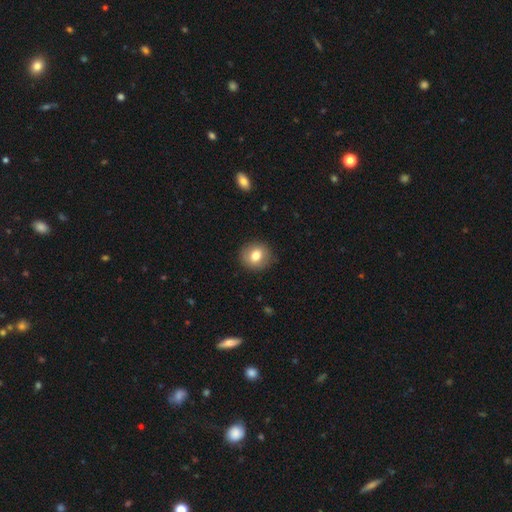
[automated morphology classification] Smooth or featured?
  - smooth: 78% *
  - featured or disk: 14%
  - star or artifact: 9%
How rounded?
  - round: 80% *
  - in between: 19%
  - cigar-shaped: 1%
Merging?
  - none: 87% *
  - minor disturbance: 9%
  - major disturbance: 2%
  - merger: 1%